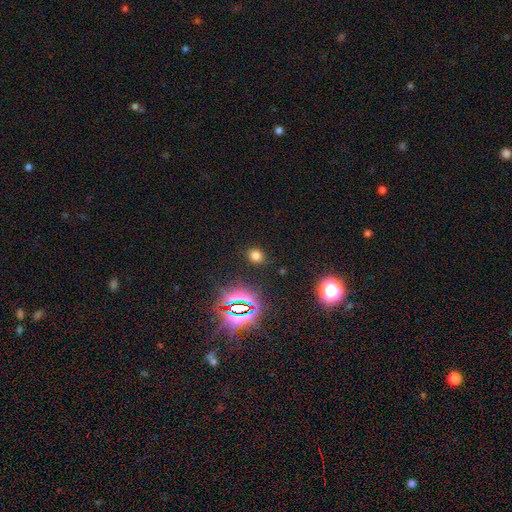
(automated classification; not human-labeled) smooth-or-featured: smooth: 67% | star or artifact: 27% | featured or disk: 6%
  how-rounded: round: 70% | in between: 29% | cigar-shaped: 1%
  merging: none: 86% | minor disturbance: 9% | major disturbance: 3% | merger: 2%